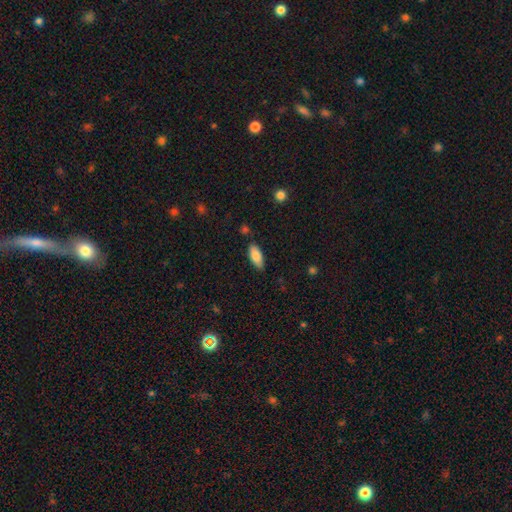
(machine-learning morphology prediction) This is clearly a smooth galaxy (86%). How rounded: clearly in between (82%). Merging: clearly none (83%).